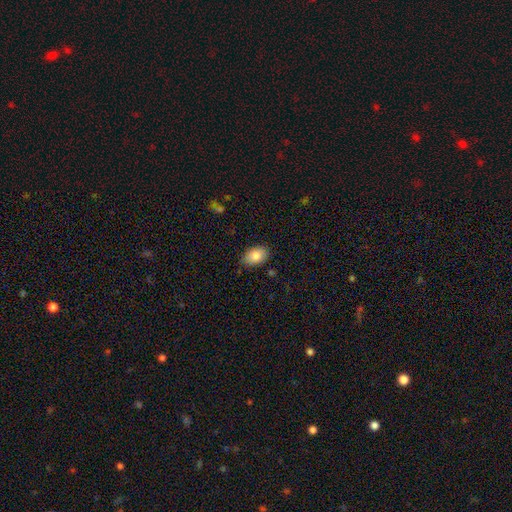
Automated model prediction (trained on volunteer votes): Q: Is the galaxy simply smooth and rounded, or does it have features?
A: smooth — 85%.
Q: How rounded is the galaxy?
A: in between — 89%.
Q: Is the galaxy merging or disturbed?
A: none — 84%.